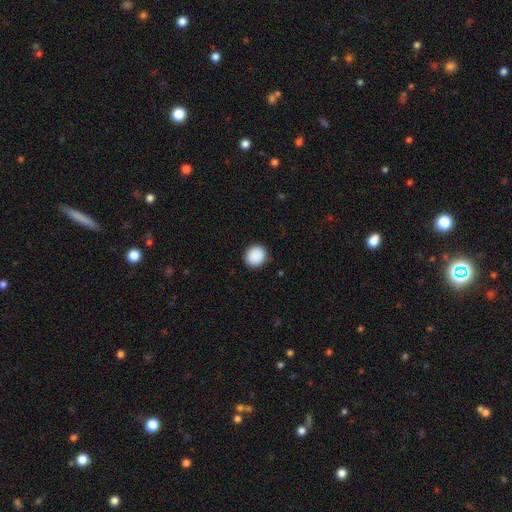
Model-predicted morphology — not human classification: A smooth galaxy with no disk features (90%) that is round (83%). Merging: none (90%).